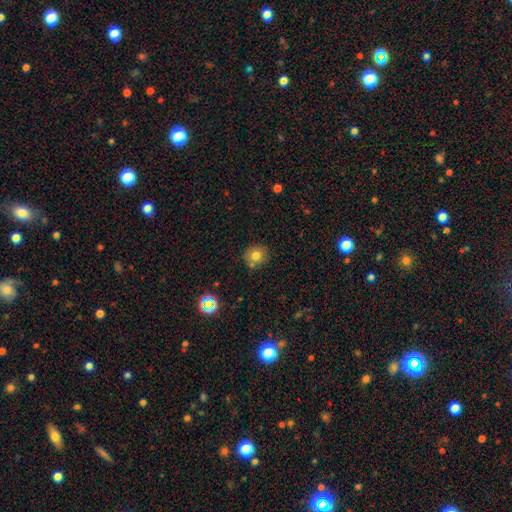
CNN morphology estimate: Overall: smooth (76%). How rounded: round (87%). Merging: none (80%).